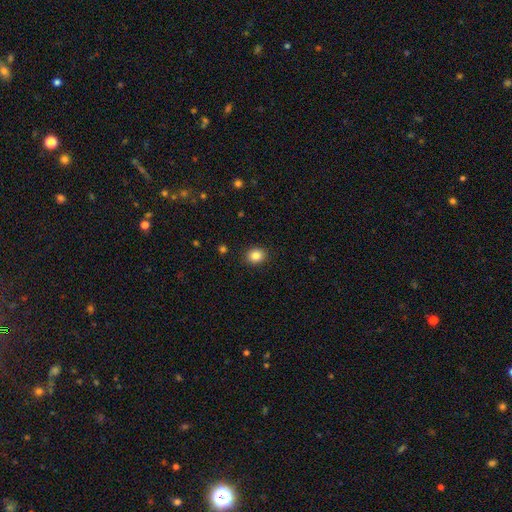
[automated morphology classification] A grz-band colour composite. It shows a smooth galaxy with no disk features (84%) that is round (66%). Merging: none (90%).